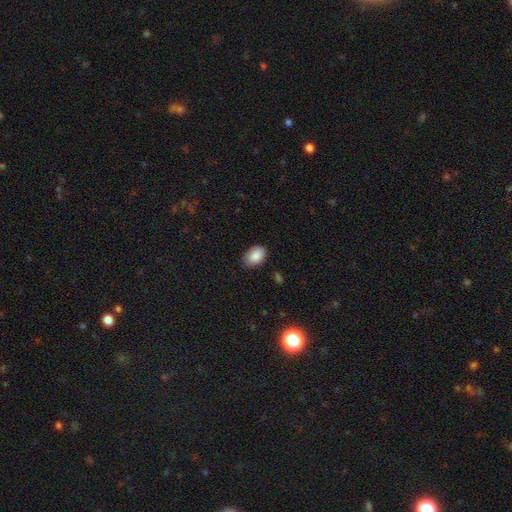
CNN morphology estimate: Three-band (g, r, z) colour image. It shows a smooth galaxy with no disk features (88%) that is in between round and cigar-shaped (85%). Merging: none (79%).